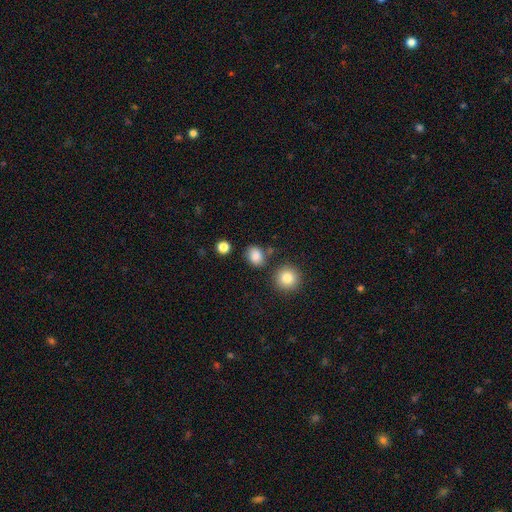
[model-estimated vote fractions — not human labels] Overall: smooth (85%). How rounded: in between (54%; round 44%). Merging: none (75%).